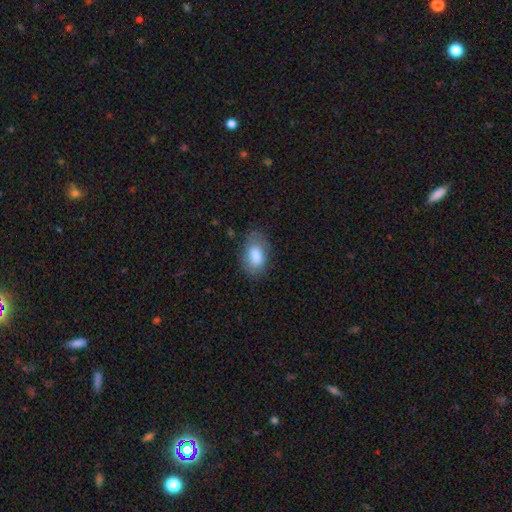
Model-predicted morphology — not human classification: A smooth galaxy with no disk features (79%) that is in between round and cigar-shaped (90%).

Vote fractions:
- Smooth or featured? smooth: 79% / featured or disk: 14% / star or artifact: 7%
- How rounded? in between: 90% / round: 8% / cigar-shaped: 1%
- Merging? none: 72% / minor disturbance: 20% / major disturbance: 7% / merger: 1%